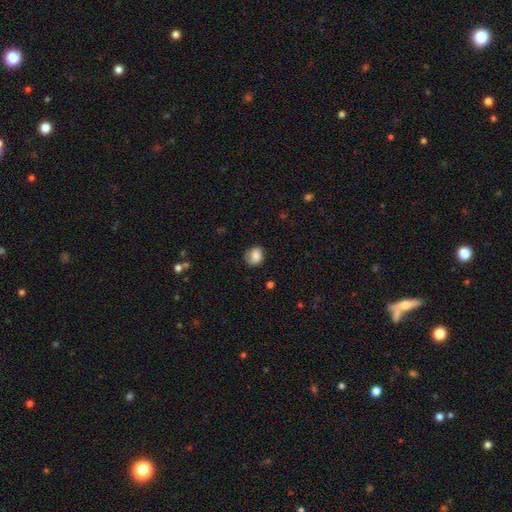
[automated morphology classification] Q: Smooth or featured?
A: smooth (78%); runner-up: featured or disk (13%)
Q: How rounded?
A: round (66%); runner-up: in between (33%)
Q: Merging?
A: none (65%); runner-up: minor disturbance (25%)